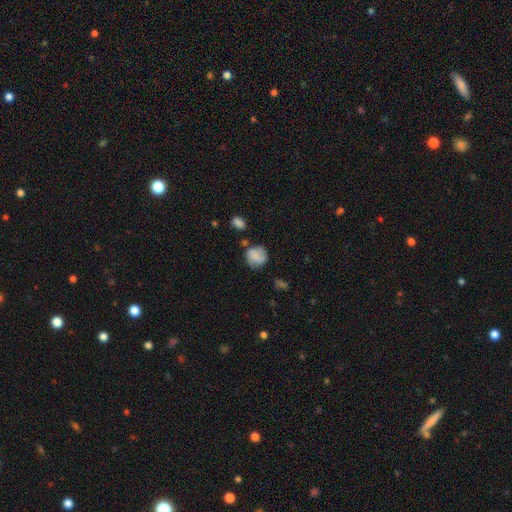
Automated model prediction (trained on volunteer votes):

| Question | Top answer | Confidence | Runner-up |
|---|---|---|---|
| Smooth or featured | smooth | 65% | featured or disk (26%) |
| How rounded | round | 80% | in between (19%) |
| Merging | none | 63% | minor disturbance (21%) |